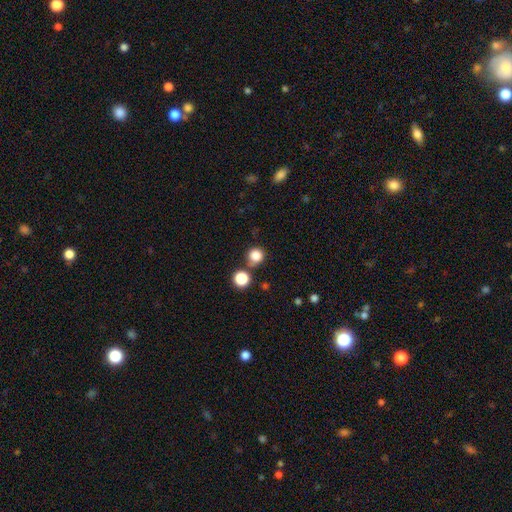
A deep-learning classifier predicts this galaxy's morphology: A smooth galaxy with no disk features (83%) that is round (91%). Merging: none (73%).